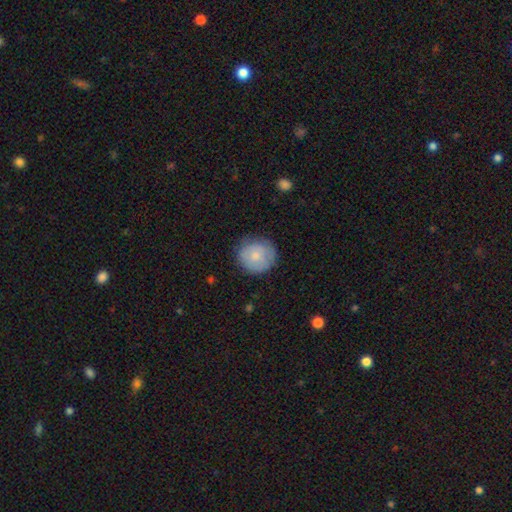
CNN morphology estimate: A smooth galaxy with no disk features (72%) that is round (88%). Merging: none (77%).